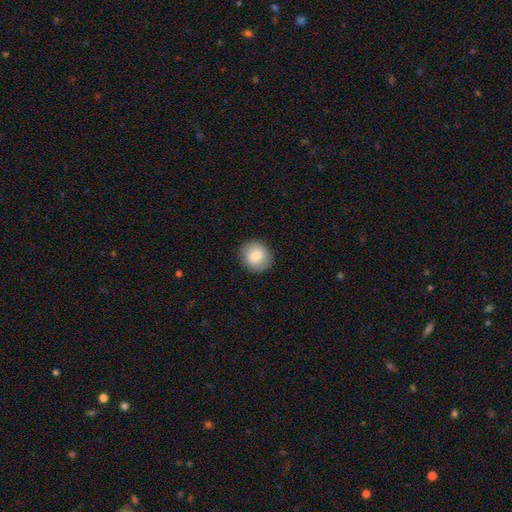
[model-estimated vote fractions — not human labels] smooth-or-featured: smooth: 82% | featured or disk: 10% | star or artifact: 8%
  how-rounded: round: 89% | in between: 10% | cigar-shaped: 1%
  merging: none: 90% | minor disturbance: 7% | major disturbance: 2% | merger: 1%